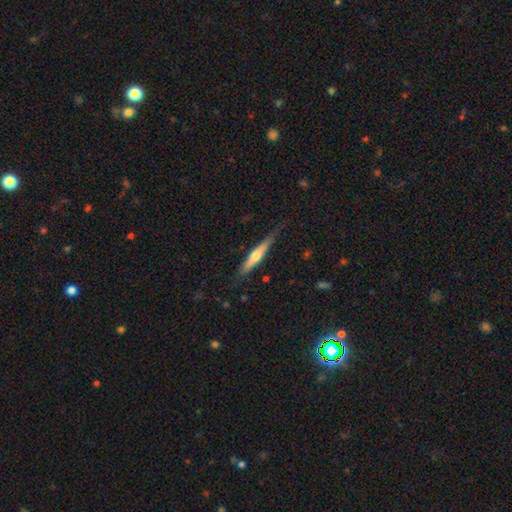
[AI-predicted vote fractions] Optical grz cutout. It shows a featured or disk galaxy (51%) viewed edge-on (94%). Merging: none (75%).